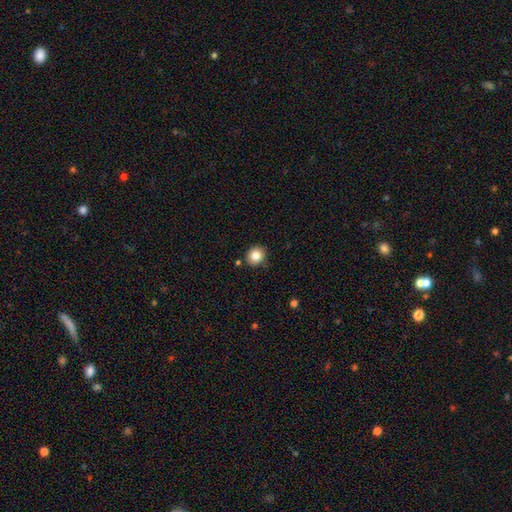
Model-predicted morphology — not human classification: This is clearly a smooth galaxy (84%). How rounded: clearly round (84%). Merging: clearly none (87%).